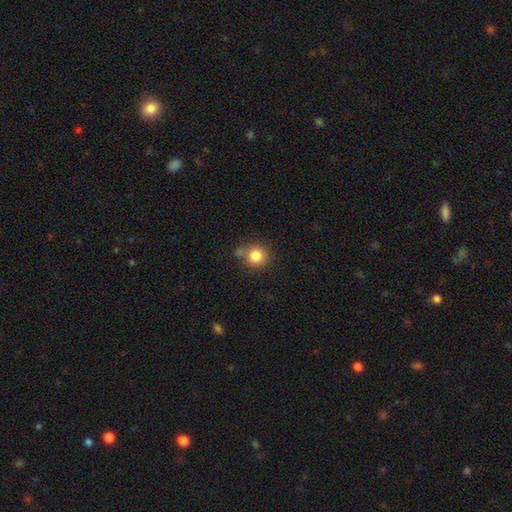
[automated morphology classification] The model was most divided on "merging": none: 71%, merger: 14%, minor disturbance: 11%, major disturbance: 3%. More confident: how rounded — round (92%); smooth or featured — smooth (83%).